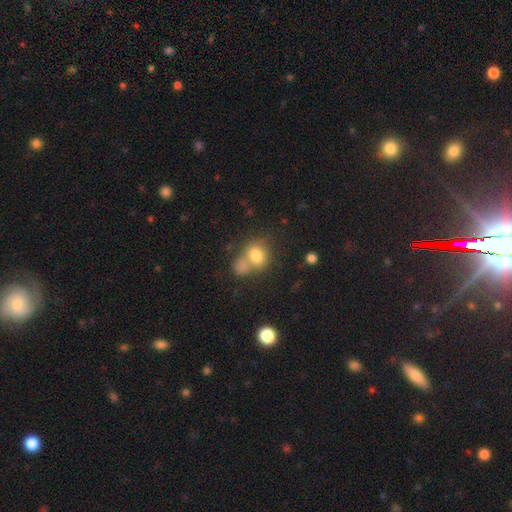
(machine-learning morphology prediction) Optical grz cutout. It shows a smooth galaxy with no disk features (78%) that is round (60%). Merging: merger (46%).